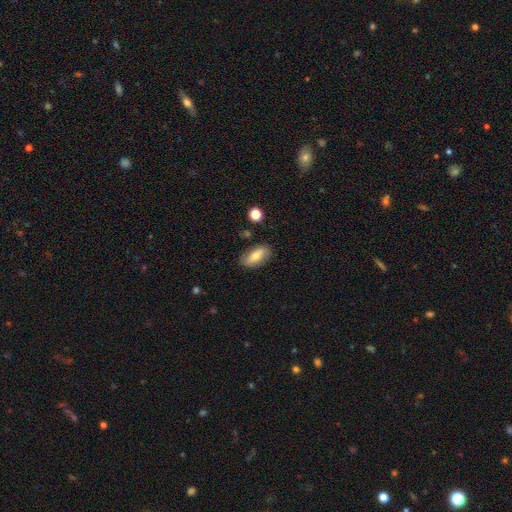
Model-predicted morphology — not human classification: A smooth galaxy with no disk features (68%) that is in between round and cigar-shaped (87%).

Vote fractions:
- Smooth or featured? smooth: 68% / featured or disk: 25% / star or artifact: 7%
- How rounded? in between: 87% / cigar-shaped: 9% / round: 4%
- Merging? none: 80% / minor disturbance: 14% / major disturbance: 3% / merger: 2%